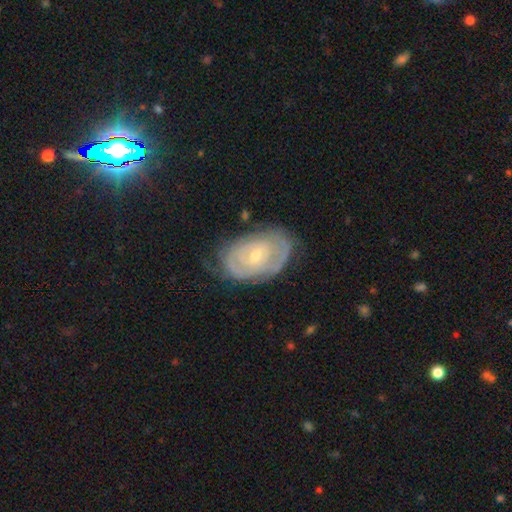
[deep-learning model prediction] Smooth or featured: featured or disk — 77% (smooth — 17%)
Edge-on disk: no — 96% (yes — 4%)
Bar: no — 64% (weak — 30%)
Spiral arms: yes — 80% (no — 20%)
Spiral winding: tight — 76% (medium — 18%)
Spiral arm count: can't tell — 51% (2 — 28%)
Bulge size: small — 62% (moderate — 35%)
Merging: none — 69% (minor disturbance — 22%)